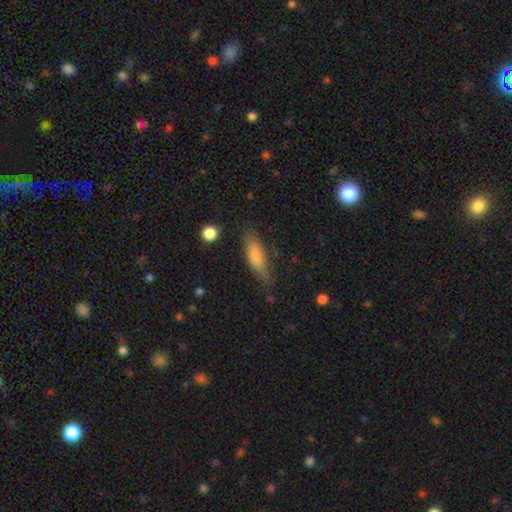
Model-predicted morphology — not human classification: A smooth galaxy with no disk features (78%) that is cigar-shaped (49%, tied with in between).

Vote fractions:
- Smooth or featured? smooth: 78% / featured or disk: 15% / star or artifact: 7%
- How rounded? cigar-shaped: 49% (tied) / in between: 49% (tied) / round: 2%
- Merging? none: 67% / minor disturbance: 24% / major disturbance: 7% / merger: 2%